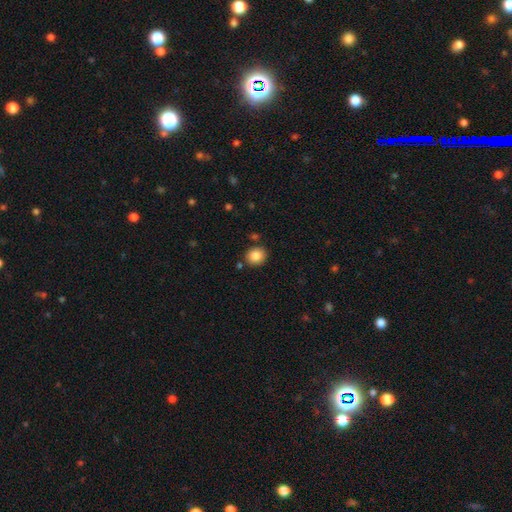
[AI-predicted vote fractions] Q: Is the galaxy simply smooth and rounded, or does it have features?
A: smooth — 85%.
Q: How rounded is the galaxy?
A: round — 75%.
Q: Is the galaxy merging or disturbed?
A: none — 85%.